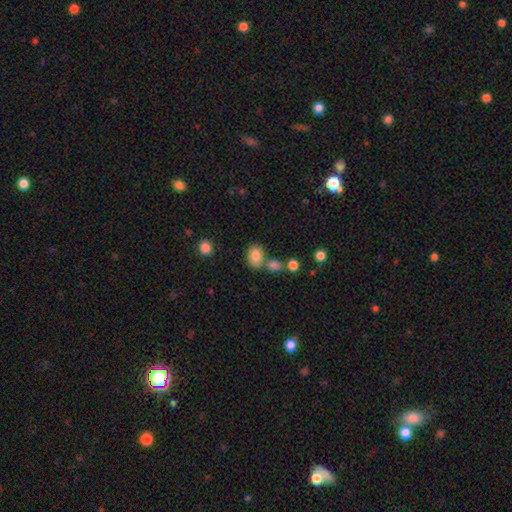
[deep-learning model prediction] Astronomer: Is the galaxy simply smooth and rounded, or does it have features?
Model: smooth — 82%.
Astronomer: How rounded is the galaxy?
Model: in between — 73%.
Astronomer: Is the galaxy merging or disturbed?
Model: none — 57%.